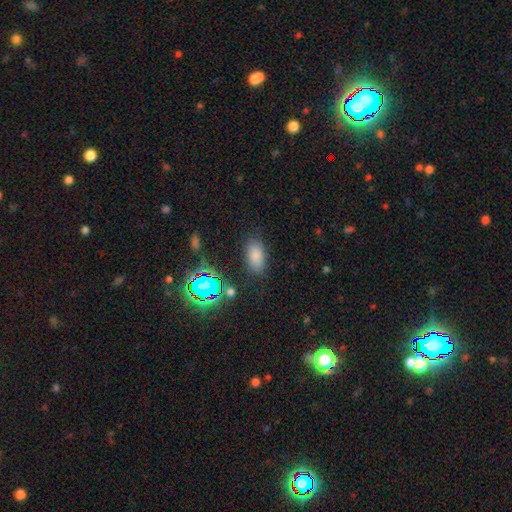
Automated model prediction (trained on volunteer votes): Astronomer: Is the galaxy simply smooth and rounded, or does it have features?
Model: smooth — 75%.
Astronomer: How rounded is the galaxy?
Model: in between — 91%.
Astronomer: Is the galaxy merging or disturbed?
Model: none — 82%.